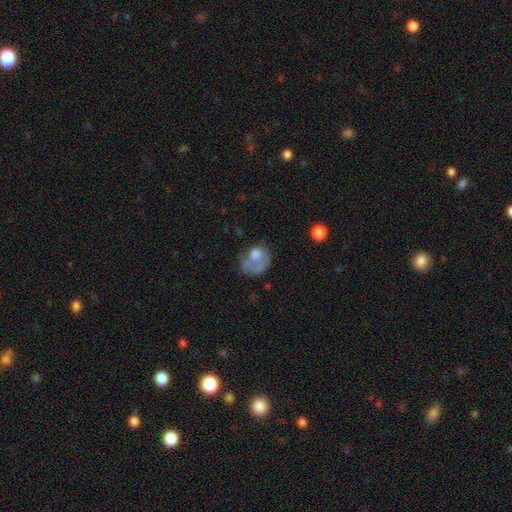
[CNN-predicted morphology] smooth-or-featured: smooth: 55% | featured or disk: 35% | star or artifact: 10%
  how-rounded: round: 53% | in between: 46% | cigar-shaped: 1%
  merging: major disturbance: 37% | none: 30% | minor disturbance: 21% | merger: 12%